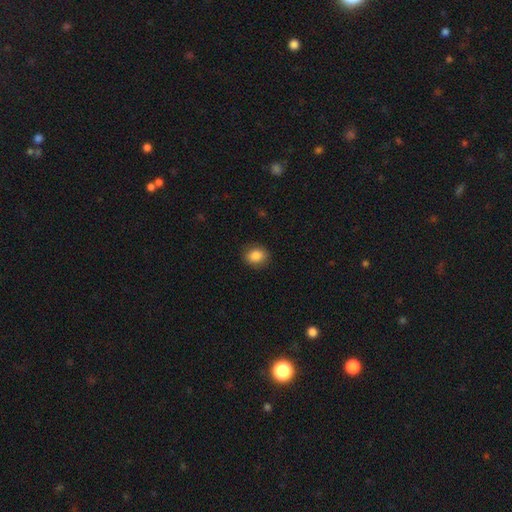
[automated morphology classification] A smooth galaxy with no disk features (87%) that is round (56%). Merging: none (86%).